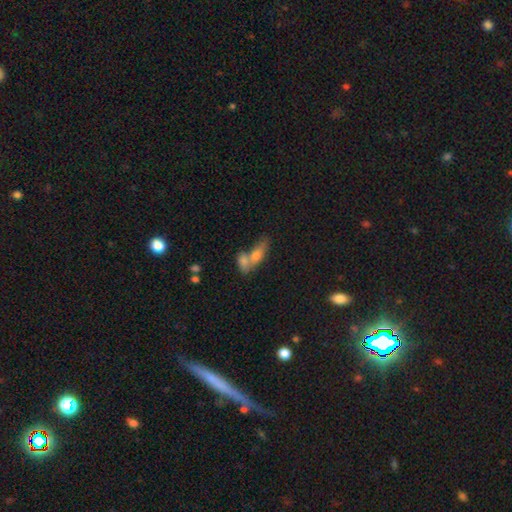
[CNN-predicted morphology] type=smooth (69%); roundness=in between (71%); merging=merger (63%).